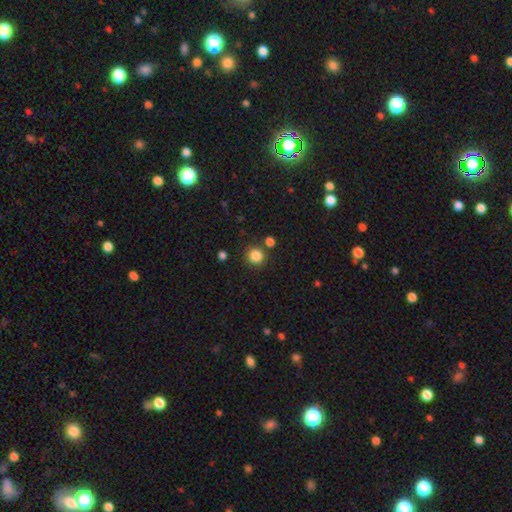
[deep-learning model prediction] Q: Smooth or featured?
A: smooth (84%); runner-up: star or artifact (12%)
Q: How rounded?
A: round (91%); runner-up: in between (8%)
Q: Merging?
A: none (83%); runner-up: minor disturbance (8%)